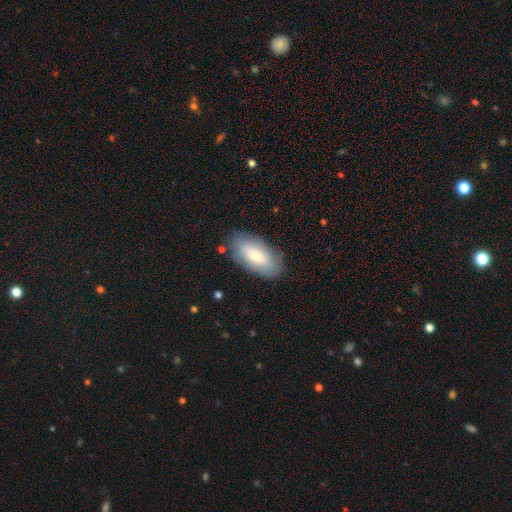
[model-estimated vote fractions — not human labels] Smooth or featured: smooth — 74% (featured or disk — 20%)
How rounded: in between — 91% (cigar-shaped — 7%)
Merging: none — 81% (minor disturbance — 14%)